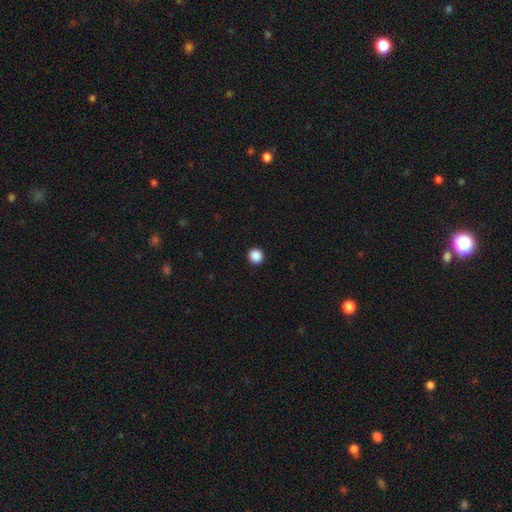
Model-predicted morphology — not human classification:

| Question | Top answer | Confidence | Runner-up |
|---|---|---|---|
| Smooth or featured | smooth | 89% | star or artifact (9%) |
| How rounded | round | 92% | in between (7%) |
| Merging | none | 93% | minor disturbance (4%) |